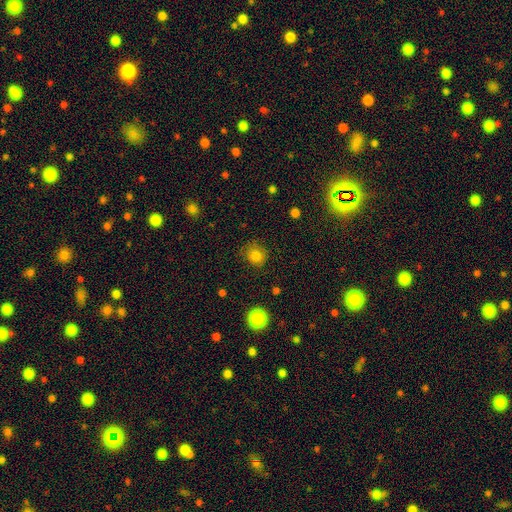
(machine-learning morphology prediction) Smooth or featured? Predicted: smooth (p=0.81). How rounded? Predicted: round (p=0.85). Merging? Predicted: none (p=0.77).